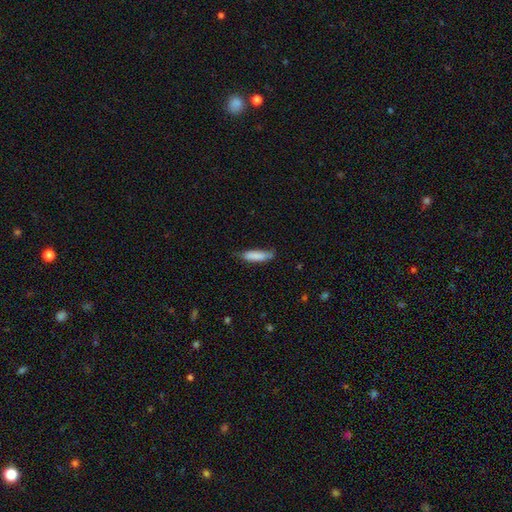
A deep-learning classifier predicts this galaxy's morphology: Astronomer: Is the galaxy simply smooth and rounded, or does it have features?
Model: smooth — 83%.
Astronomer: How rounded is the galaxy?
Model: cigar-shaped — 66%.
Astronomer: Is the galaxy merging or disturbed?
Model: none — 66%.